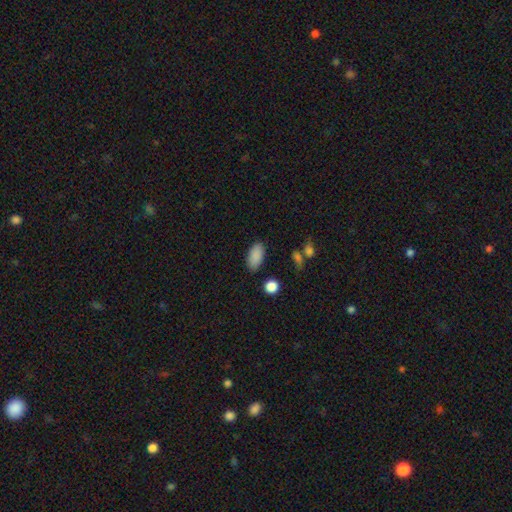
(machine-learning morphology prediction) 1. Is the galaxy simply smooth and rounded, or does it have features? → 88% smooth, 8% star or artifact, 4% featured or disk.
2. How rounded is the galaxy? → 92% in between, 4% cigar-shaped, 3% round.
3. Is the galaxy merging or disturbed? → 85% none, 10% minor disturbance, 3% major disturbance, 2% merger.